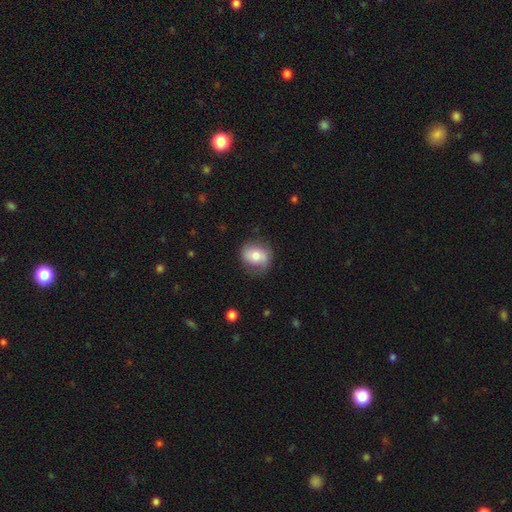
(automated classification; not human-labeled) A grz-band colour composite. It shows a smooth galaxy with no disk features (63%) that is round (64%). Merging: none (71%).